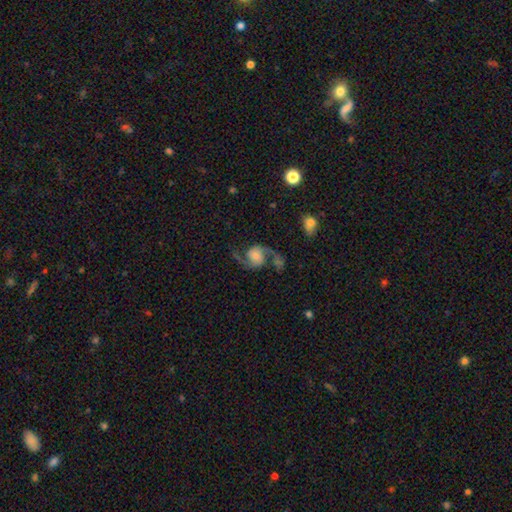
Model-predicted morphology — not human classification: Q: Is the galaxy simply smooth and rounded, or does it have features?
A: featured or disk — 89%.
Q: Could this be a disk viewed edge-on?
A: no — 98%.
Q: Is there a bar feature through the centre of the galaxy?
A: no — 62%.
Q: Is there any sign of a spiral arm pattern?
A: yes — 98%.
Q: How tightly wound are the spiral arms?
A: loose — 61%.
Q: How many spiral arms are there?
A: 2 — 94%.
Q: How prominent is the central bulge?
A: moderate — 27%.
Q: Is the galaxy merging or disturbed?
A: none — 72%.